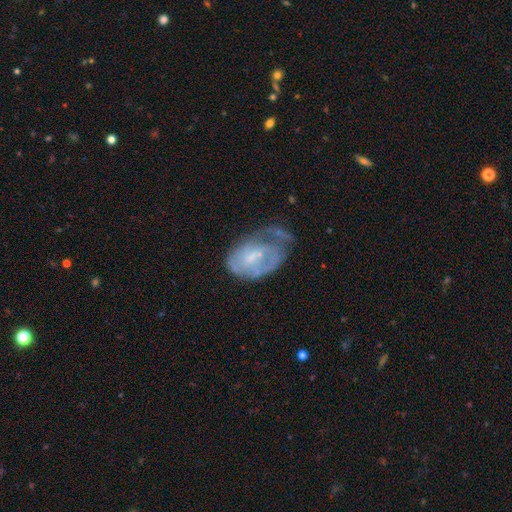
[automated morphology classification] Smooth or featured: featured or disk — 60% (smooth — 31%)
Edge-on disk: no — 95% (yes — 5%)
Bar: no — 54% (weak — 37%)
Spiral arms: yes — 60% (no — 40%)
Bulge size: small — 40% (moderate — 32%)
Merging: none — 37% (minor disturbance — 30%)